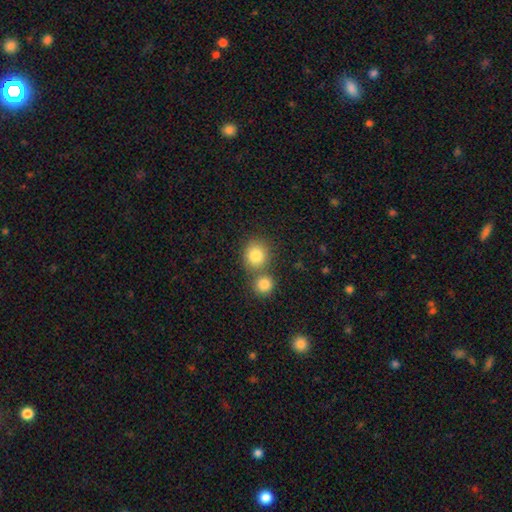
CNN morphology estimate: This appears to be a smooth galaxy with no disk features (83%) that is round (83%). Merging: none (54%).